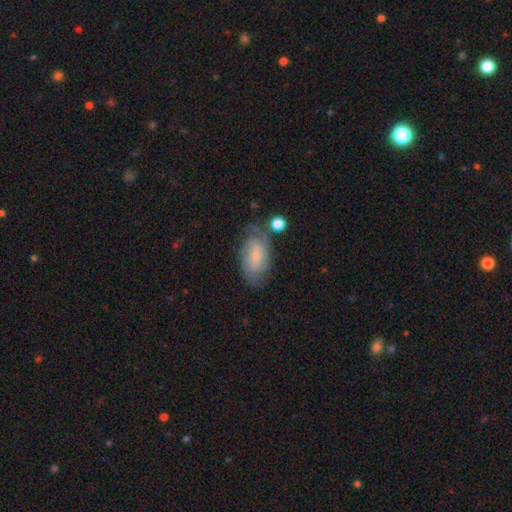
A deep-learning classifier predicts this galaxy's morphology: Smooth or featured?
  - featured or disk: 58% *
  - smooth: 34%
  - star or artifact: 7%
Edge-on disk?
  - no: 95% *
  - yes: 5%
Bar?
  - no: 55% *
  - weak: 37%
  - strong: 8%
Spiral arms?
  - yes: 88% *
  - no: 12%
Bulge size?
  - small: 72% *
  - moderate: 16%
  - none: 9%
  - large: 2%
  - dominant: 1%
Merging?
  - none: 62% *
  - minor disturbance: 22%
  - major disturbance: 10%
  - merger: 6%